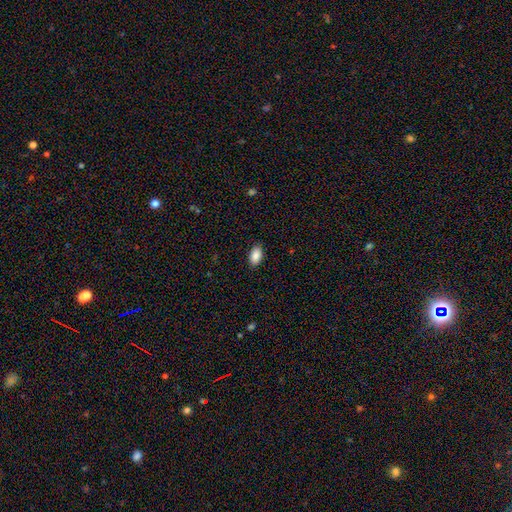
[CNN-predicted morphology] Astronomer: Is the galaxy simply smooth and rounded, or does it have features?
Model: smooth — 88%.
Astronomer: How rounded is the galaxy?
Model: in between — 93%.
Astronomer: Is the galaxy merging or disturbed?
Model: none — 89%.